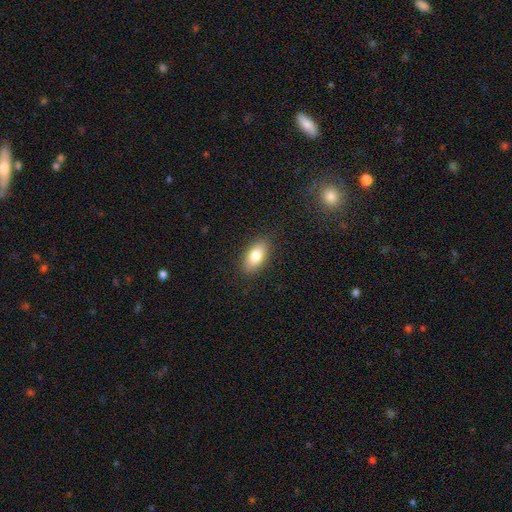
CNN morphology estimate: Overall: smooth (81%). How rounded: in between (89%). Merging: none (88%).